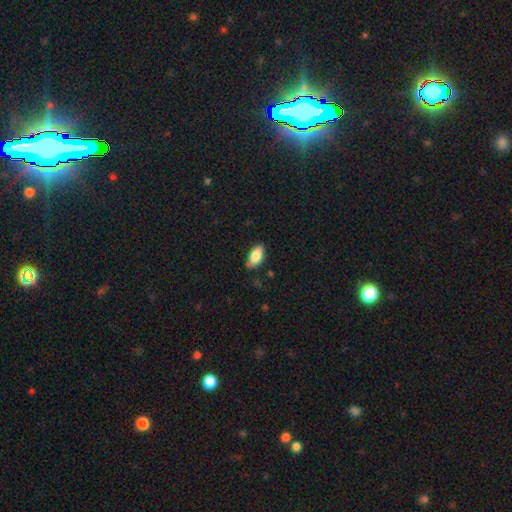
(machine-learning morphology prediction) Overall: smooth (81%). How rounded: in between (91%). Merging: none (72%).